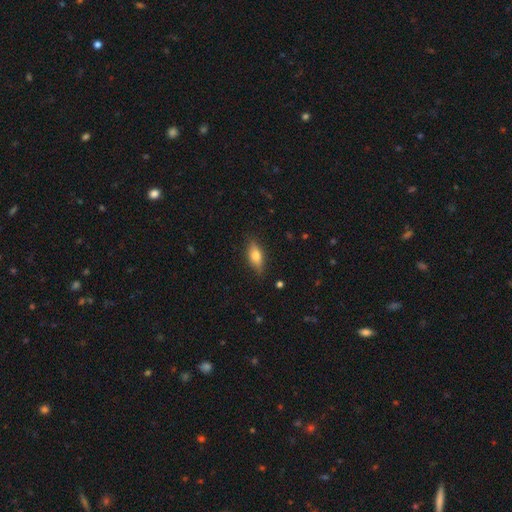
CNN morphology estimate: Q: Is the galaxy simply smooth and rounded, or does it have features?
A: smooth — 63%.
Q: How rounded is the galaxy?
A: in between — 73%.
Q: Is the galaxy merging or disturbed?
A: none — 83%.